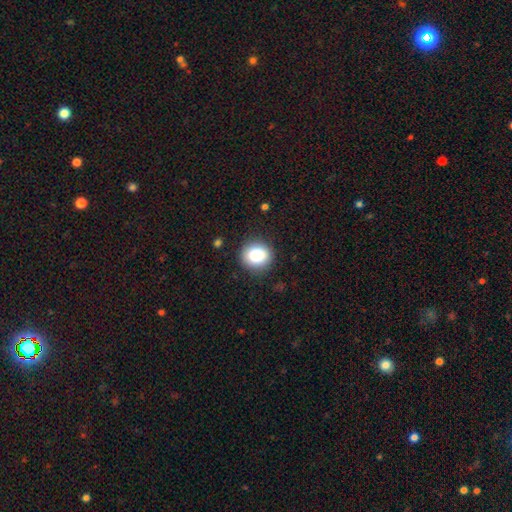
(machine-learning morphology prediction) The model was most divided on "how rounded": round: 82%, in between: 17%, cigar-shaped: 1%. More confident: merging — none (87%); smooth or featured — smooth (84%).